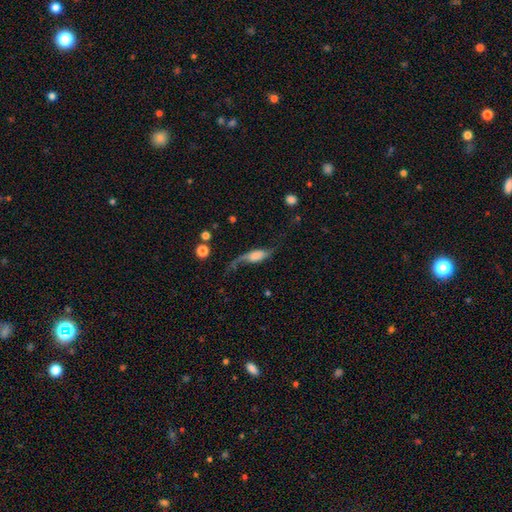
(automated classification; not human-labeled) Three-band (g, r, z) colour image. It shows a featured or disk galaxy (60%). Merging: none (45%).